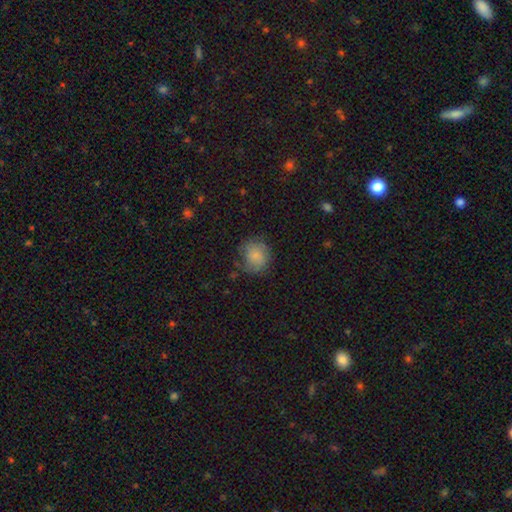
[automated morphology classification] This is likely a smooth galaxy (78%). How rounded: clearly round (81%). Merging: likely none (65%).